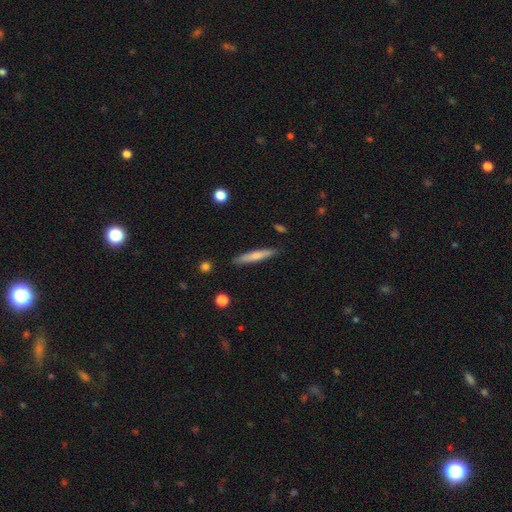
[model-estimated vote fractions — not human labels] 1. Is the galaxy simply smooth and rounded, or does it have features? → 66% smooth, 29% featured or disk, 6% star or artifact.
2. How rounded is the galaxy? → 92% cigar-shaped, 6% in between, 1% round.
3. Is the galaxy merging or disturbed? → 89% none, 8% minor disturbance, 2% major disturbance, 1% merger.